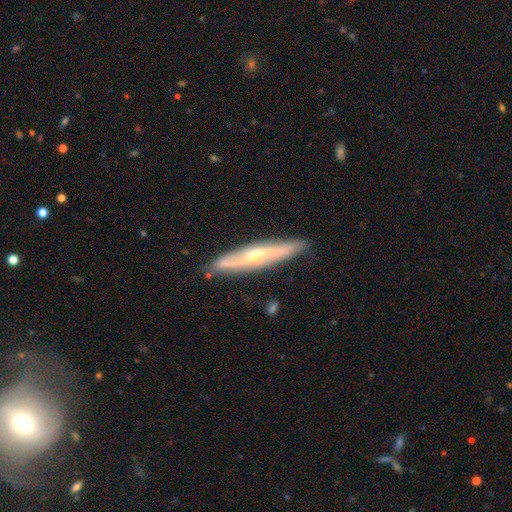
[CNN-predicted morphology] featured or disk 69%, smooth 25%, star or artifact 6%. Down the decision tree: edge-on disk — yes (68%); merging — none (84%).